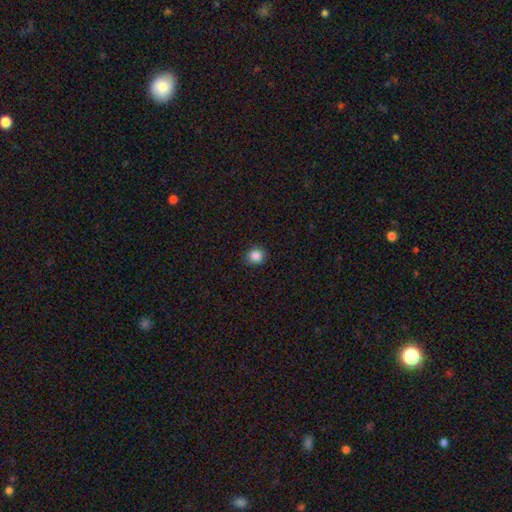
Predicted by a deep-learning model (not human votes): Morphology: type=smooth (86%); roundness=round (85%); merging=none (89%).